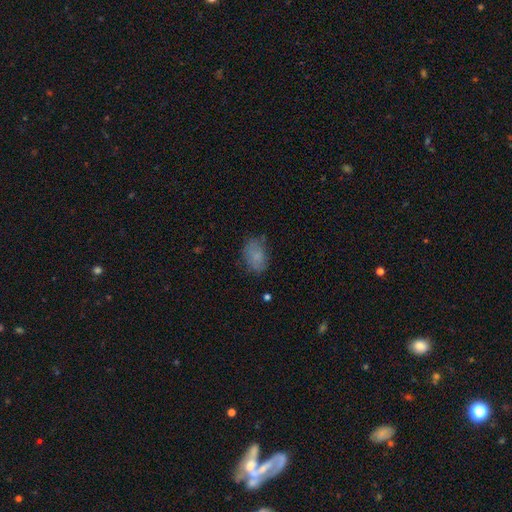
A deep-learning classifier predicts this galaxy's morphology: smooth-or-featured: smooth: 76% | featured or disk: 14% | star or artifact: 10%
  how-rounded: in between: 85% | round: 14% | cigar-shaped: 1%
  merging: none: 65% | minor disturbance: 24% | major disturbance: 9% | merger: 2%